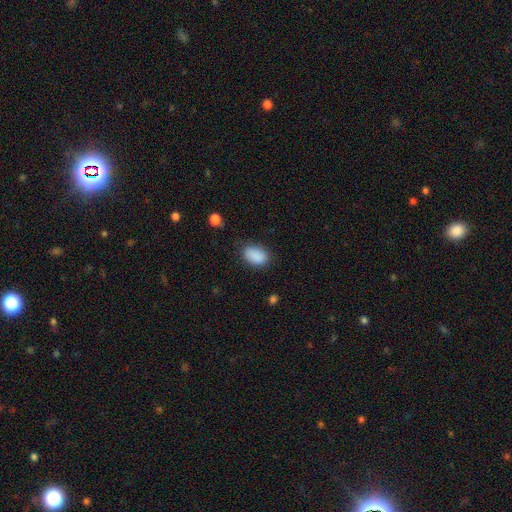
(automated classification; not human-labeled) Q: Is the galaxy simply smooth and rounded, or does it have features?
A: smooth — 89%.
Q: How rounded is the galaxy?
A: in between — 88%.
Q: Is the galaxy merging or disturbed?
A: none — 79%.